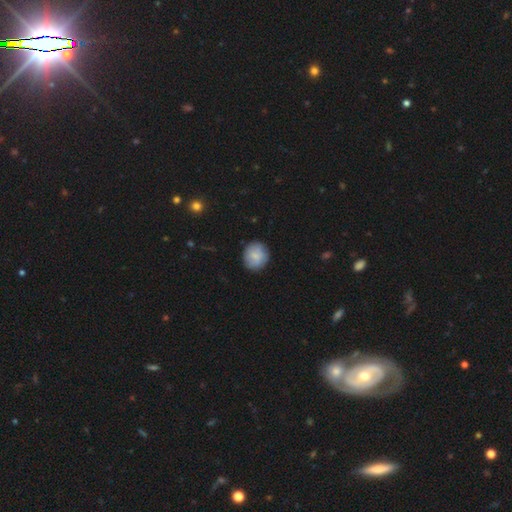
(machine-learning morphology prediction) smooth 75%, featured or disk 18%, star or artifact 7%. Down the decision tree: how rounded — round (85%); merging — none (84%).